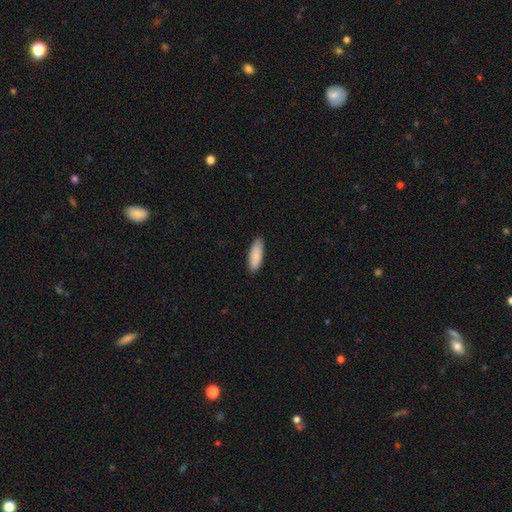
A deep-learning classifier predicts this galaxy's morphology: A smooth galaxy with no disk features (90%) that is in between round and cigar-shaped (56%). Merging: none (88%).